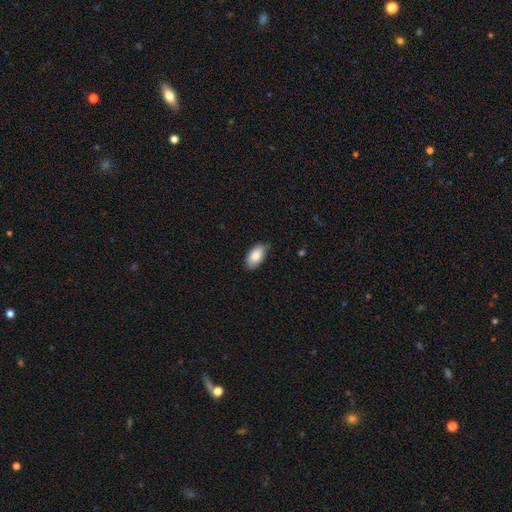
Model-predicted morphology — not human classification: This appears to be a smooth galaxy with no disk features (86%) that is in between round and cigar-shaped (94%). Merging: none (78%).